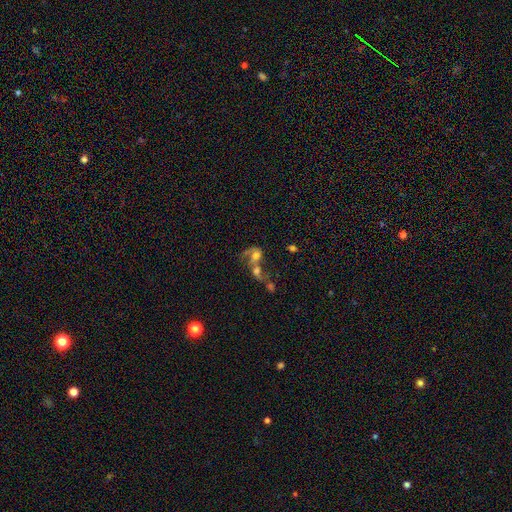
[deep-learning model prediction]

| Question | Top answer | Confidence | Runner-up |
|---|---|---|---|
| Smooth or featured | featured or disk | 49% | smooth (38%) |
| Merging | merger | 77% | major disturbance (10%) |